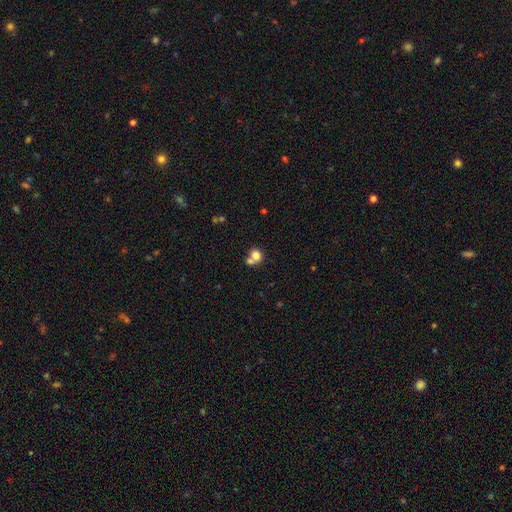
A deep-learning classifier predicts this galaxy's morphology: smooth_or_featured: smooth (p=0.77) [alt: featured or disk p=0.12]
how_rounded: round (p=0.70) [alt: in between p=0.29]
merging: merger (p=0.47) [alt: none p=0.39]